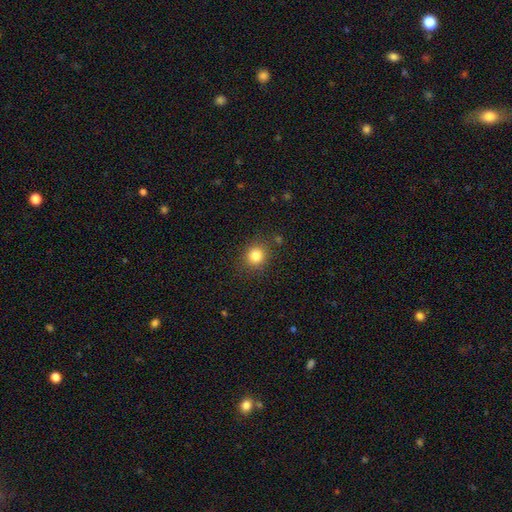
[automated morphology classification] Smooth or featured? Predicted: smooth (p=0.82). How rounded? Predicted: round (p=0.79). Merging? Predicted: none (p=0.85).